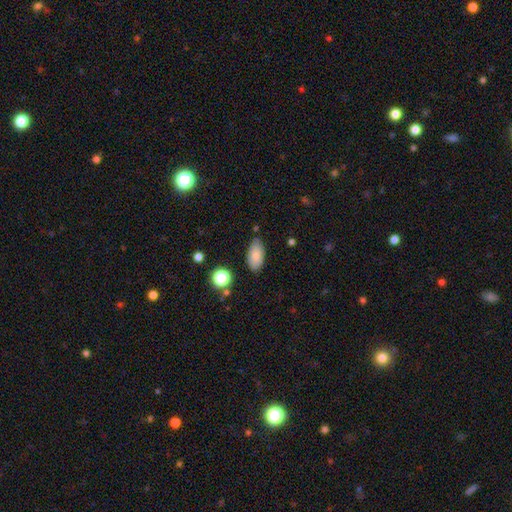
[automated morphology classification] smooth-or-featured: smooth: 83% | featured or disk: 9% | star or artifact: 8%
  how-rounded: in between: 92% | cigar-shaped: 4% | round: 3%
  merging: none: 79% | minor disturbance: 15% | major disturbance: 3% | merger: 3%